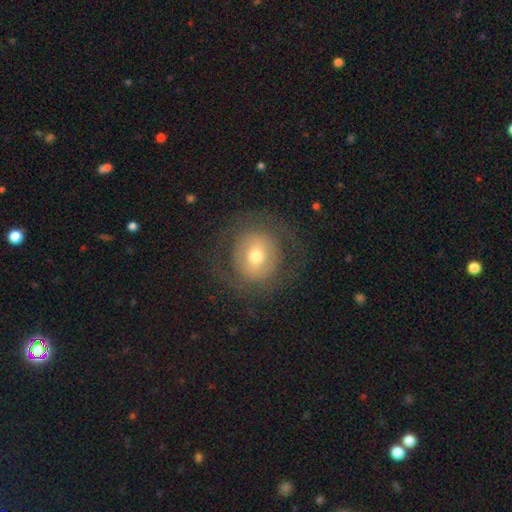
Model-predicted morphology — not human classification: smooth-or-featured: featured or disk: 48% | smooth: 43% | star or artifact: 9%
  merging: none: 76% | major disturbance: 11% | minor disturbance: 11% | merger: 1%